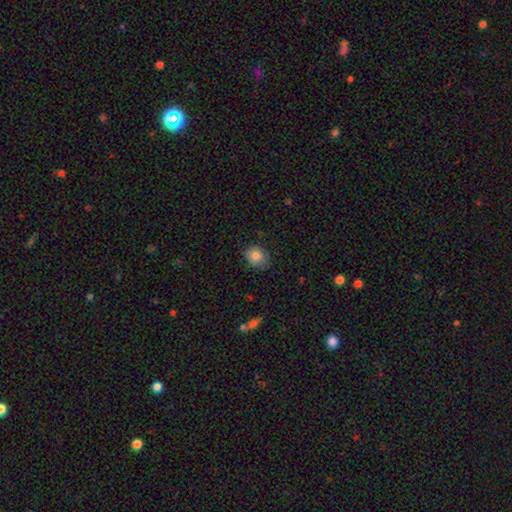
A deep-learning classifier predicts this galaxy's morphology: The model was most divided on "how rounded": round: 64%, in between: 35%, cigar-shaped: 1%. More confident: smooth or featured — smooth (83%); merging — none (78%).